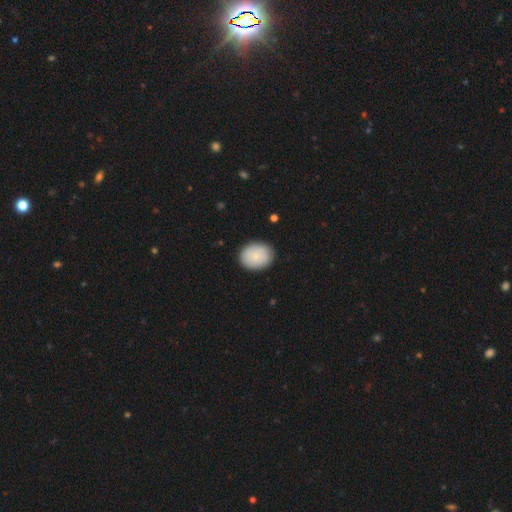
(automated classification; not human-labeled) Q: Smooth or featured?
A: smooth (83%); runner-up: featured or disk (11%)
Q: How rounded?
A: in between (55%); runner-up: round (44%)
Q: Merging?
A: none (88%); runner-up: minor disturbance (9%)